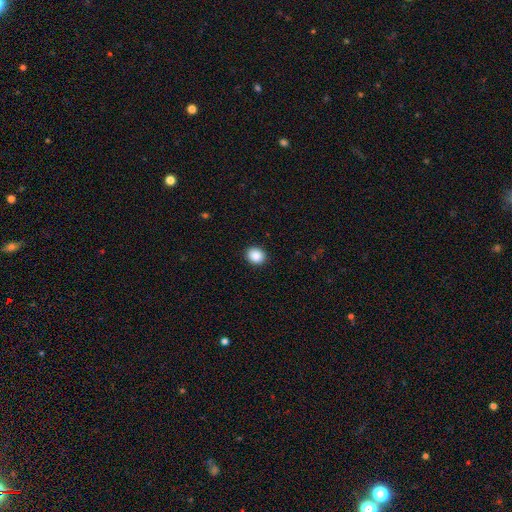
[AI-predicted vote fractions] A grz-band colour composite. It shows a smooth galaxy with no disk features (88%) that is round (67%). Merging: none (92%).